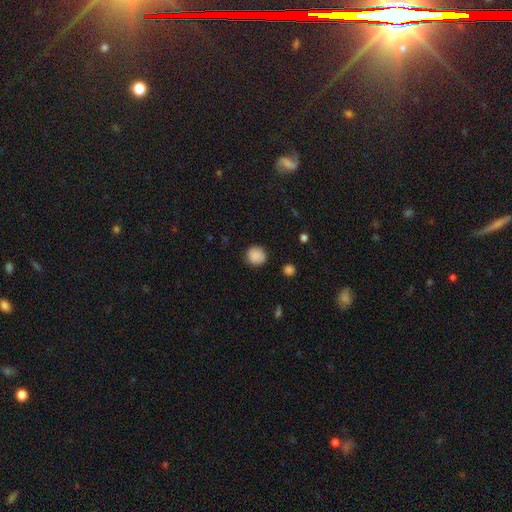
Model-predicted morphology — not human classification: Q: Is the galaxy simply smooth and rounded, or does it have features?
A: smooth — 88%.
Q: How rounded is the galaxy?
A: round — 91%.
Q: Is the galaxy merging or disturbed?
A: none — 86%.